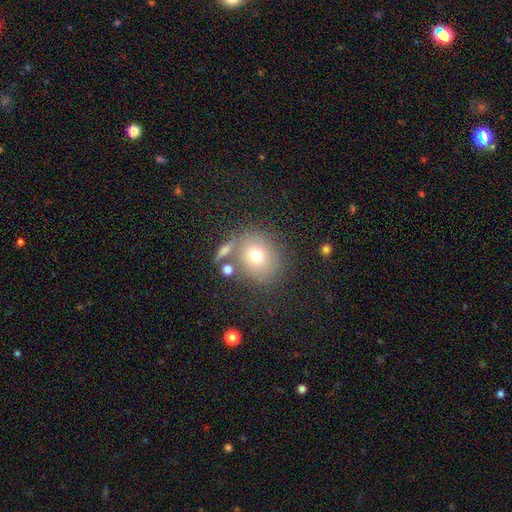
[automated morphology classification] This appears to be a smooth galaxy with no disk features (70%) that is round (80%). Merging: none (70%).